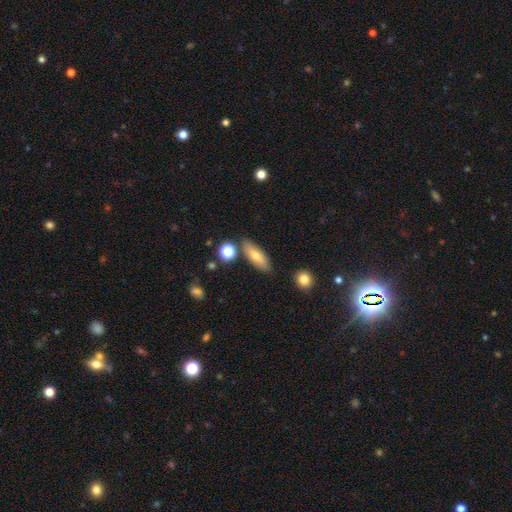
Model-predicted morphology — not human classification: smooth 69%, featured or disk 23%, star or artifact 8%. Down the decision tree: how rounded — in between (63%); merging — none (80%).